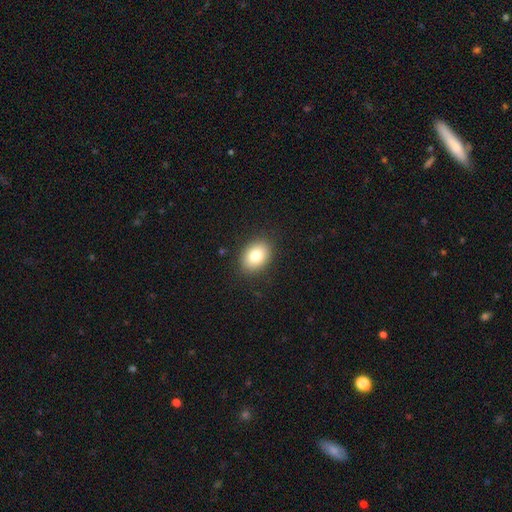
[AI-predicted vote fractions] smooth-or-featured: smooth: 81% | featured or disk: 11% | star or artifact: 9%
  how-rounded: in between: 69% | round: 30% | cigar-shaped: 1%
  merging: none: 88% | minor disturbance: 9% | major disturbance: 2% | merger: 1%